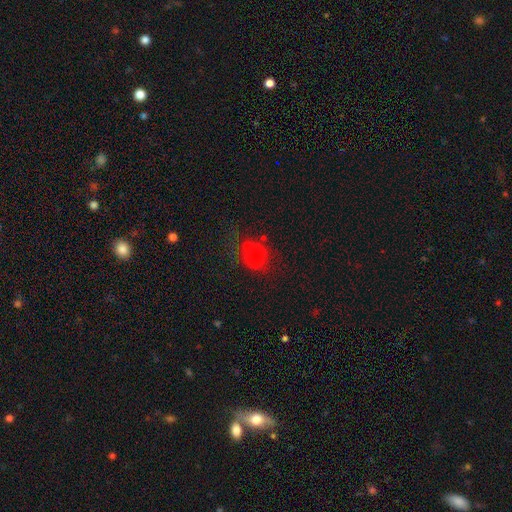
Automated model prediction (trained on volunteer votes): This appears to be a smooth galaxy with no disk features (66%) that is round (72%). Merging: none (50%).